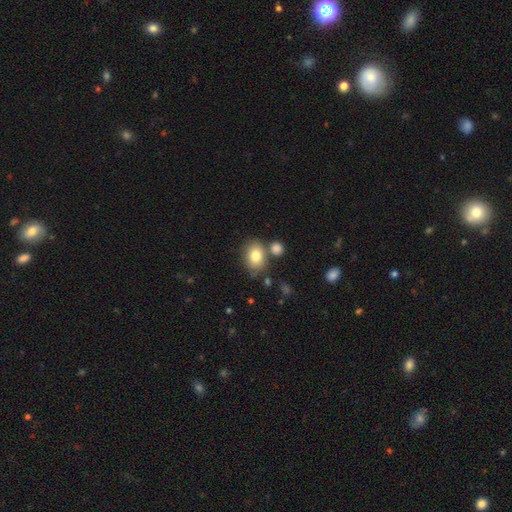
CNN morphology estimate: Smooth or featured?
  - smooth: 80% *
  - featured or disk: 12%
  - star or artifact: 9%
How rounded?
  - in between: 65% *
  - round: 34%
  - cigar-shaped: 1%
Merging?
  - none: 66% *
  - merger: 17%
  - minor disturbance: 13%
  - major disturbance: 4%